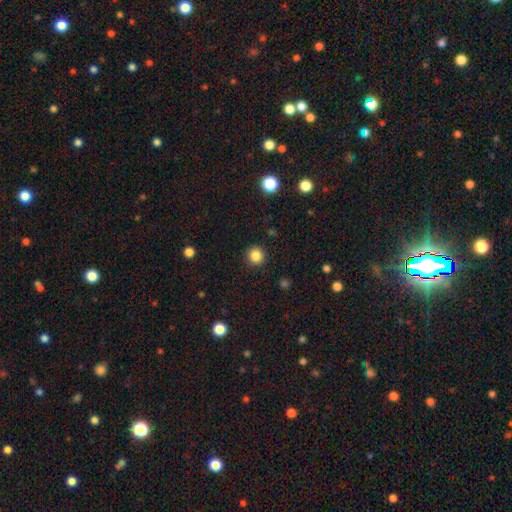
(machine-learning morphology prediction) Smooth or featured? Predicted: smooth (p=0.85). How rounded? Predicted: round (p=0.94). Merging? Predicted: none (p=0.92).